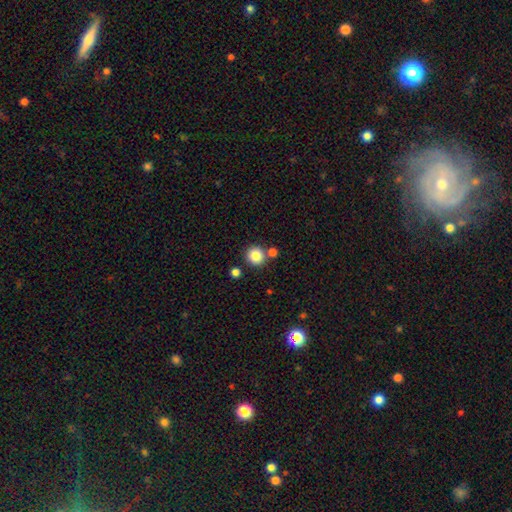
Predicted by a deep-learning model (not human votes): This is clearly a smooth galaxy (84%). How rounded: clearly round (93%). Merging: likely none (77%).